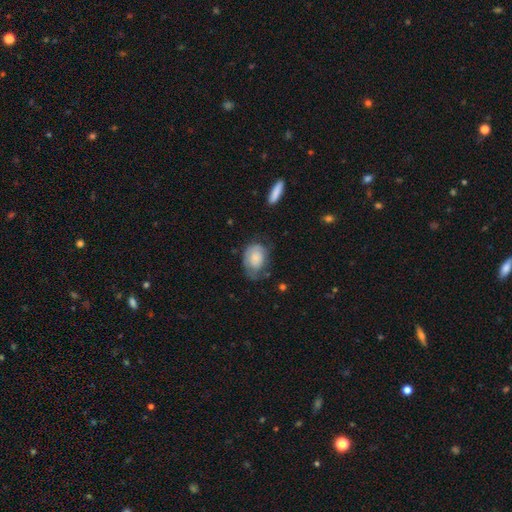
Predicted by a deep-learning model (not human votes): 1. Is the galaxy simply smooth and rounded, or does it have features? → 66% smooth, 27% featured or disk, 7% star or artifact.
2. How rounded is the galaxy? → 74% in between, 24% round, 1% cigar-shaped.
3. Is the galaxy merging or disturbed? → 42% none, 35% minor disturbance, 21% major disturbance, 2% merger.